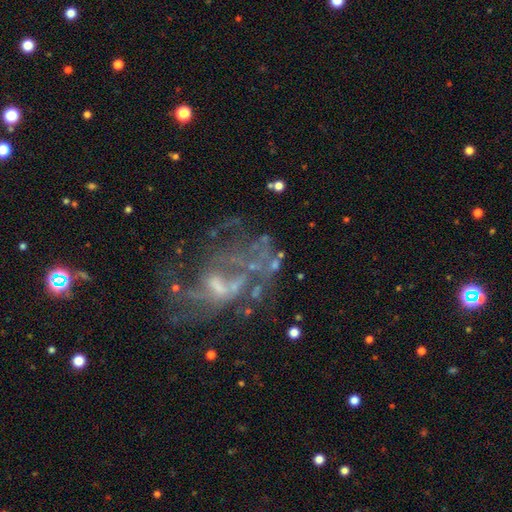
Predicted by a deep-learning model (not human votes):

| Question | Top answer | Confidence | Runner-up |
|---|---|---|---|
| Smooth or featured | featured or disk | 68% | star or artifact (20%) |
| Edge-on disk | no | 97% | yes (3%) |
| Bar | no | 66% | weak (27%) |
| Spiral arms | no | 60% | yes (40%) |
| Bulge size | none | 39% | small (35%) |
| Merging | none | 40% | major disturbance (37%) |